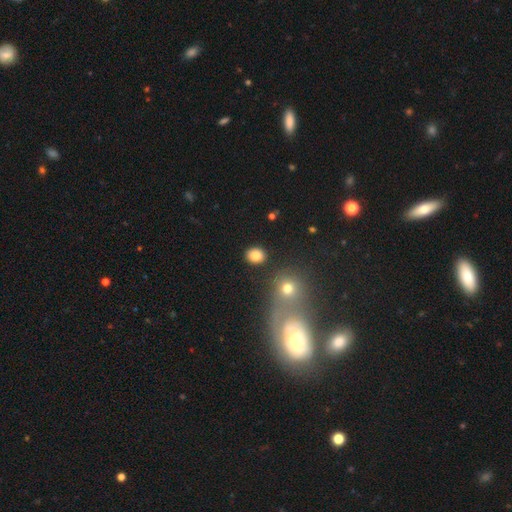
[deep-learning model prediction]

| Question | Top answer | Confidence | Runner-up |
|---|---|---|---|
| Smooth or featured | smooth | 83% | star or artifact (11%) |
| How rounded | round | 60% | in between (38%) |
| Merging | none | 87% | minor disturbance (7%) |